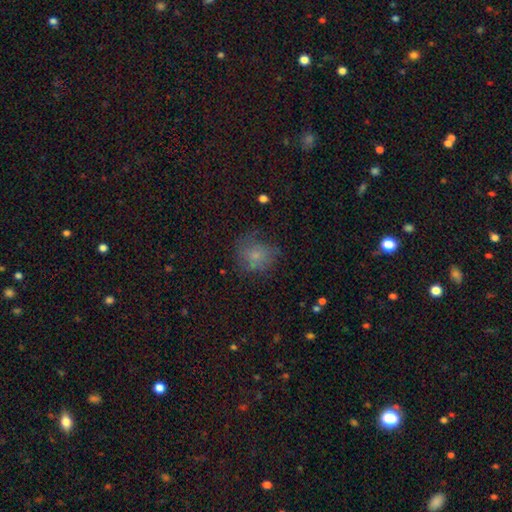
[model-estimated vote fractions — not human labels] This is likely a smooth galaxy (67%). How rounded: likely round (73%). Merging: possibly none (56%).